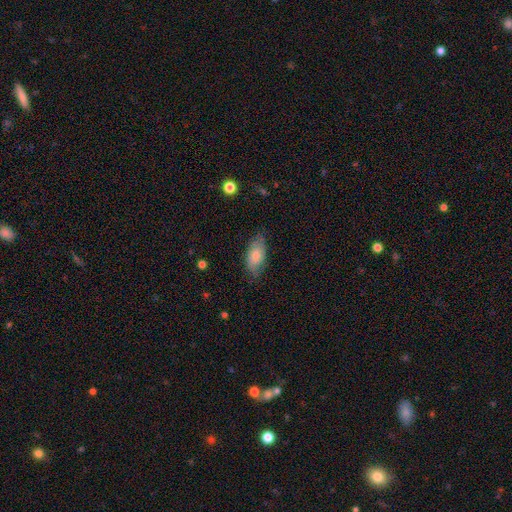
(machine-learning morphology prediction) Smooth or featured: smooth — 65% (featured or disk — 28%)
How rounded: in between — 91% (cigar-shaped — 6%)
Merging: none — 69% (minor disturbance — 24%)